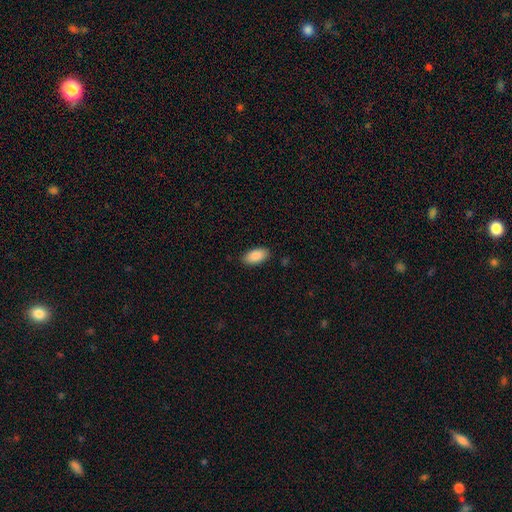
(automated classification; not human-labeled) Smooth or featured? smooth (89%)
How rounded? in between (94%)
Merging? none (86%)